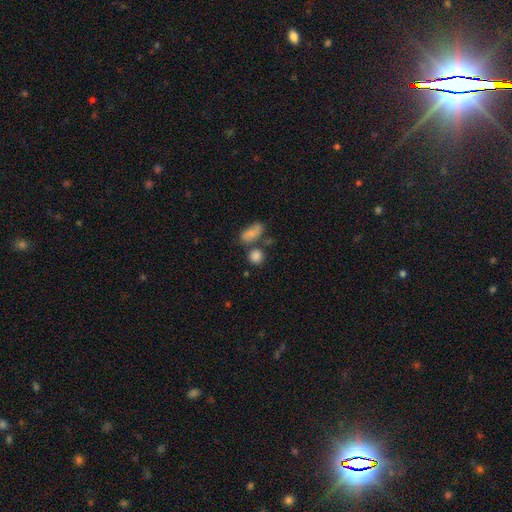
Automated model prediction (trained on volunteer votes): Overall: smooth (82%). How rounded: round (79%). Merging: none (59%; merger 25%).